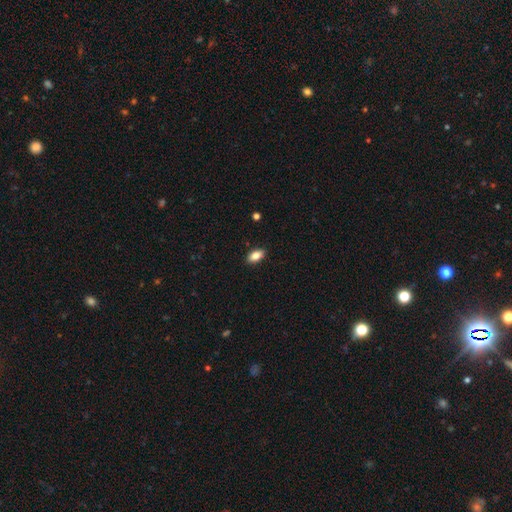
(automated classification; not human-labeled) Morphology: type=smooth (84%); roundness=in between (91%); merging=none (89%).